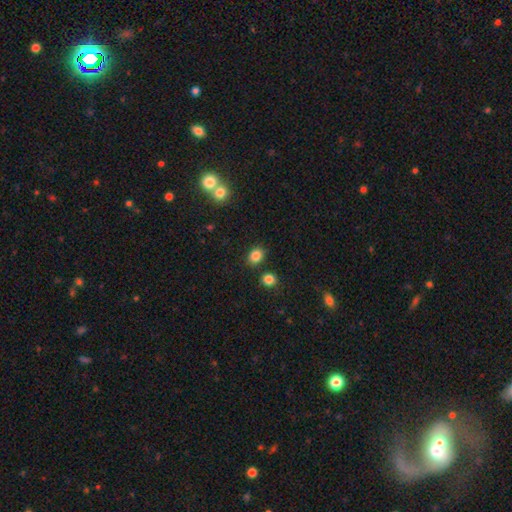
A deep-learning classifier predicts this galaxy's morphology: type=smooth (85%); roundness=in between (50%); merging=none (81%).